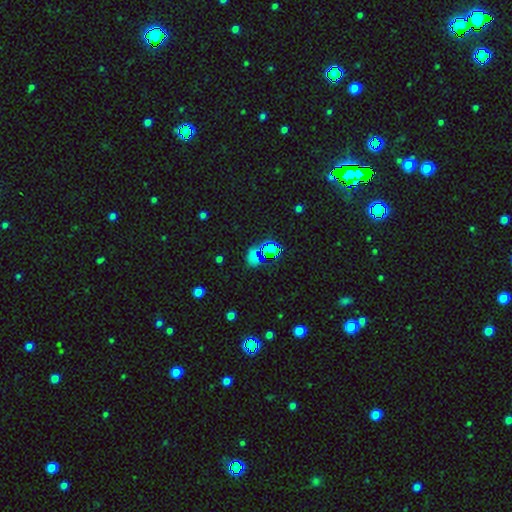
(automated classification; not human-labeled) Smooth or featured: star or artifact — 52% (smooth — 39%)